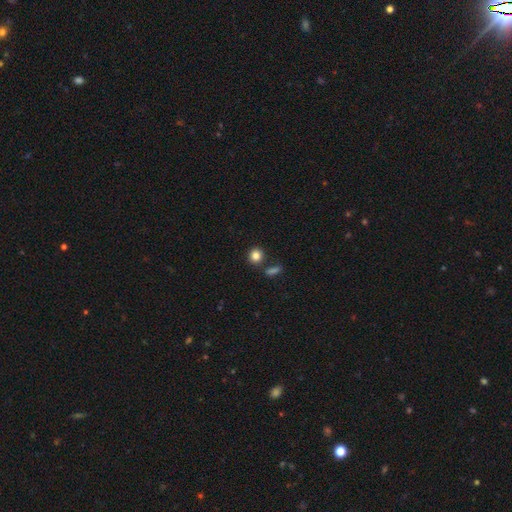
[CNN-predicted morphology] smooth 84%, star or artifact 10%, featured or disk 6%. Down the decision tree: how rounded — round (83%); merging — none (76%).